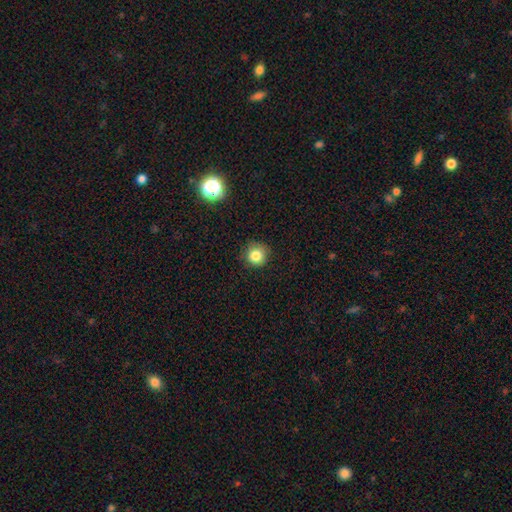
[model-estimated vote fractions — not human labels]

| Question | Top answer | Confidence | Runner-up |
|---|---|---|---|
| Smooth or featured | smooth | 83% | star or artifact (12%) |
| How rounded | round | 93% | in between (6%) |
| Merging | none | 84% | minor disturbance (12%) |